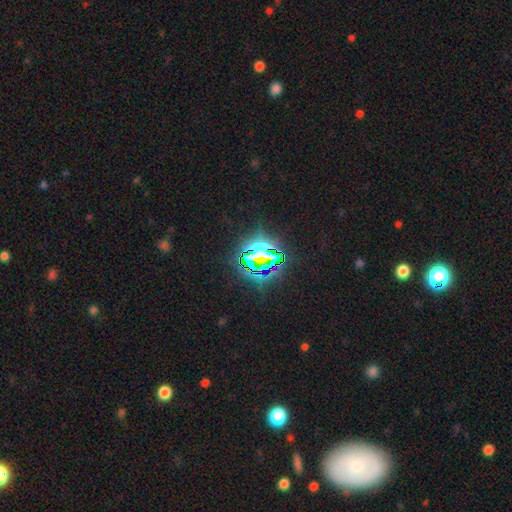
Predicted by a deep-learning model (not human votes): This appears to be a star or artifact, not a galaxy (78%).